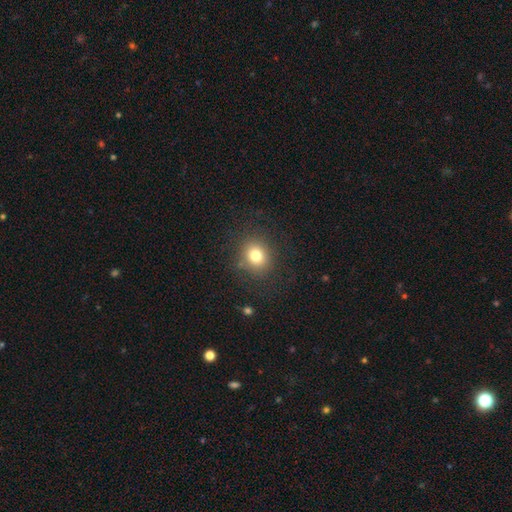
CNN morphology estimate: This appears to be a smooth galaxy with no disk features (78%) that is round (74%). Merging: none (84%).